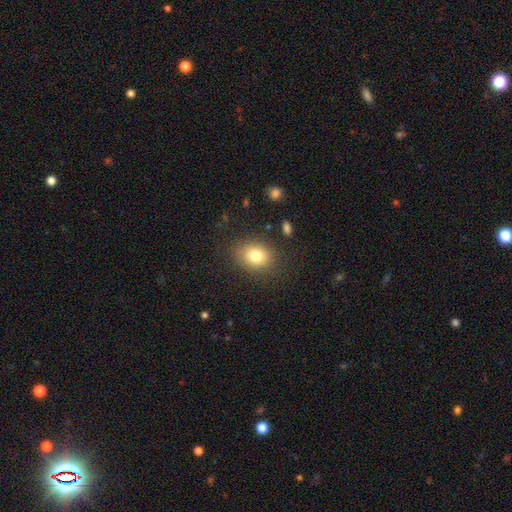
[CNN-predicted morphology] This is likely a smooth galaxy (79%). How rounded: possibly in between (54%). Merging: clearly none (83%).